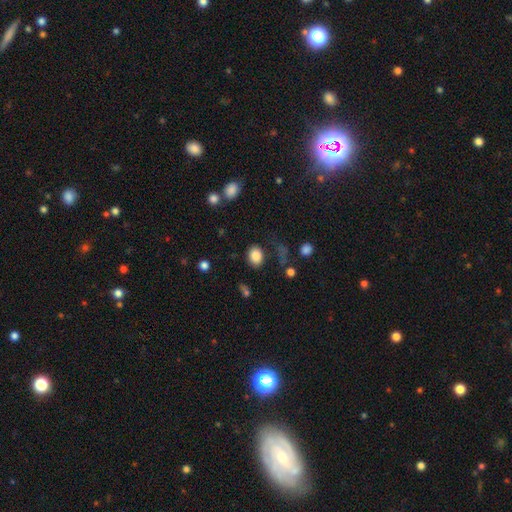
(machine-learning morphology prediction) smooth-or-featured: smooth: 85% | star or artifact: 9% | featured or disk: 6%
  how-rounded: in between: 60% | round: 39% | cigar-shaped: 1%
  merging: none: 77% | minor disturbance: 14% | major disturbance: 6% | merger: 3%